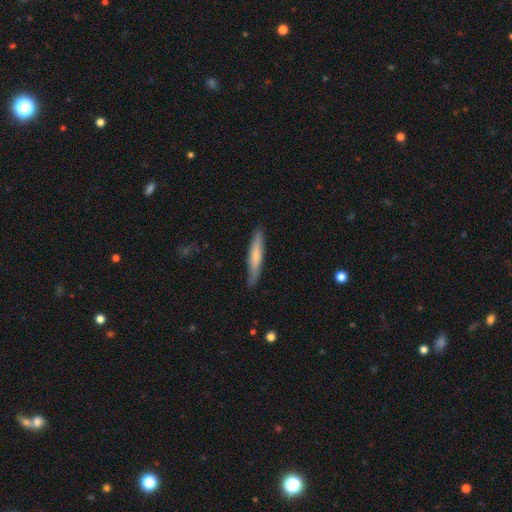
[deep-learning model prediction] smooth-or-featured: smooth: 65% | featured or disk: 29% | star or artifact: 5%
  how-rounded: cigar-shaped: 92% | in between: 7% | round: 1%
  merging: none: 86% | minor disturbance: 11% | major disturbance: 2% | merger: 1%